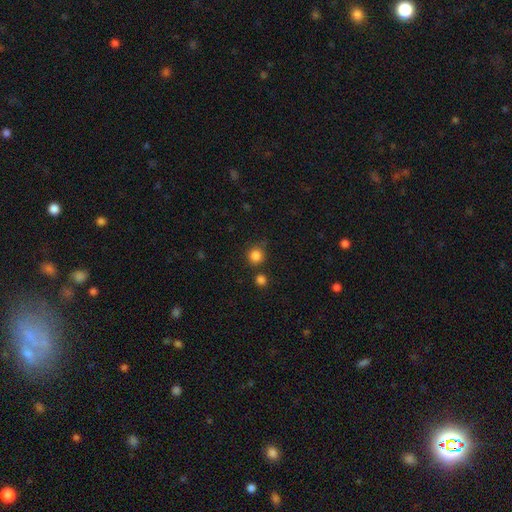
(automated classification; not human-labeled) Smooth or featured: smooth — 84% (star or artifact — 12%)
How rounded: round — 92% (in between — 7%)
Merging: none — 77% (minor disturbance — 10%)